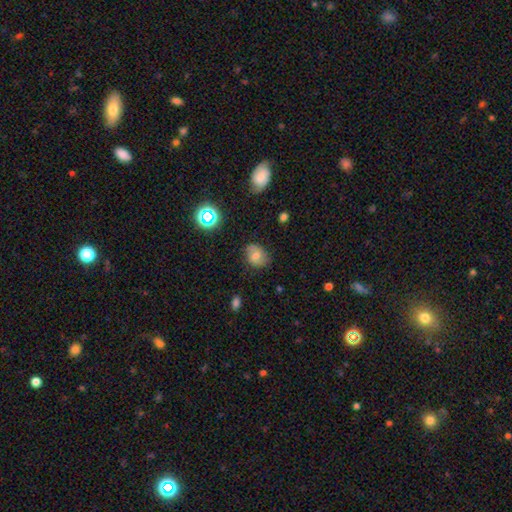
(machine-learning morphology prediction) smooth 61%, featured or disk 24%, star or artifact 15%. Down the decision tree: how rounded — in between (53%); merging — none (71%).